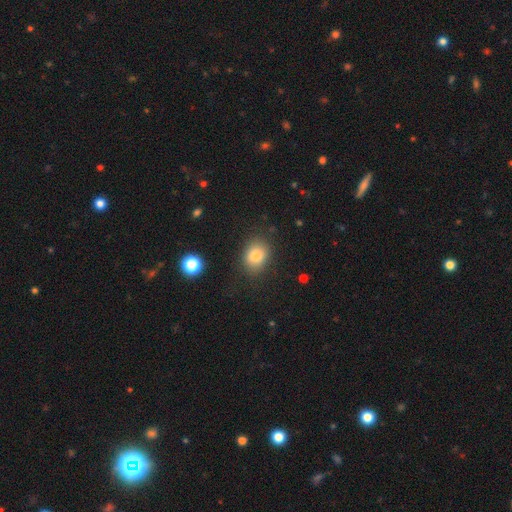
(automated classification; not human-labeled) A smooth galaxy with no disk features (79%) that is in between round and cigar-shaped (52%).

Vote fractions:
- Smooth or featured? smooth: 79% / star or artifact: 11% / featured or disk: 10%
- How rounded? in between: 52% / round: 47% / cigar-shaped: 1%
- Merging? none: 83% / minor disturbance: 11% / major disturbance: 4% / merger: 2%